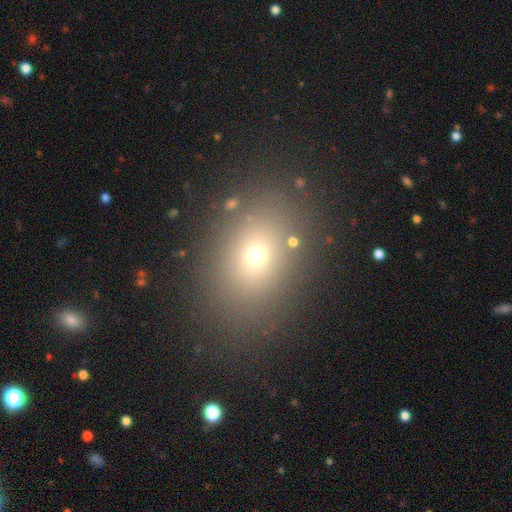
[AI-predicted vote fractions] A smooth galaxy with no disk features (66%) that is in between round and cigar-shaped (61%).

Vote fractions:
- Smooth or featured? smooth: 66% / star or artifact: 22% / featured or disk: 12%
- How rounded? in between: 61% / round: 38% / cigar-shaped: 1%
- Merging? none: 83% / minor disturbance: 9% / major disturbance: 5% / merger: 3%